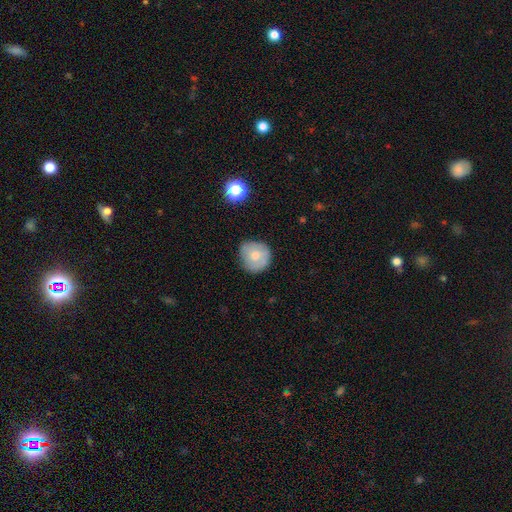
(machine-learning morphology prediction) Smooth or featured?
  - smooth: 67% *
  - featured or disk: 25%
  - star or artifact: 8%
How rounded?
  - round: 90% *
  - in between: 9%
  - cigar-shaped: 1%
Merging?
  - none: 76% *
  - minor disturbance: 19%
  - major disturbance: 4%
  - merger: 2%